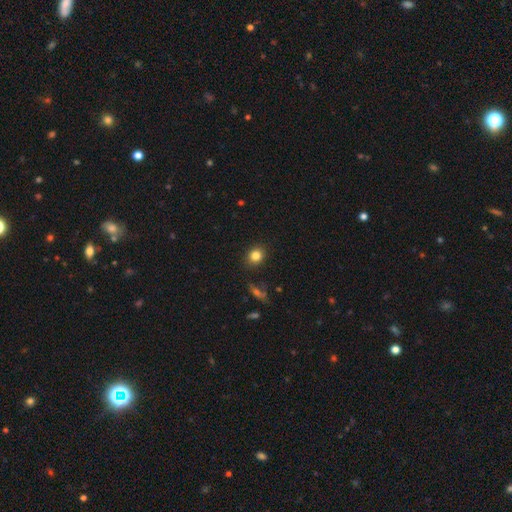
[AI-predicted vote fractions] The model was most divided on "how rounded": round: 68%, in between: 31%, cigar-shaped: 1%. More confident: merging — none (87%); smooth or featured — smooth (83%).